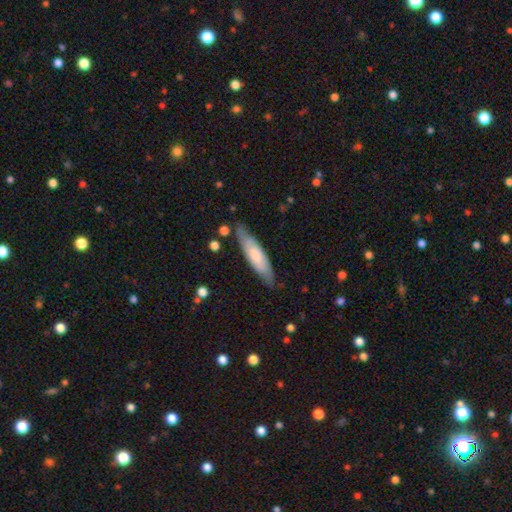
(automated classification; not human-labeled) Smooth or featured?
  - smooth: 64% *
  - featured or disk: 31%
  - star or artifact: 5%
How rounded?
  - cigar-shaped: 68% *
  - in between: 31%
  - round: 1%
Merging?
  - none: 78% *
  - minor disturbance: 17%
  - major disturbance: 3%
  - merger: 2%